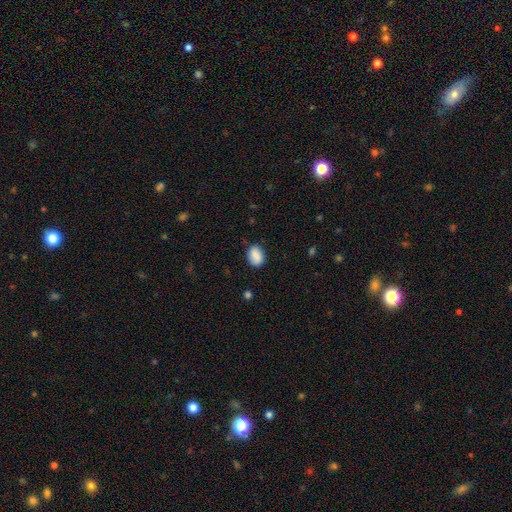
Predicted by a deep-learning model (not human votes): Q: Smooth or featured?
A: smooth (83%); runner-up: featured or disk (9%)
Q: How rounded?
A: in between (71%); runner-up: round (27%)
Q: Merging?
A: none (78%); runner-up: minor disturbance (16%)